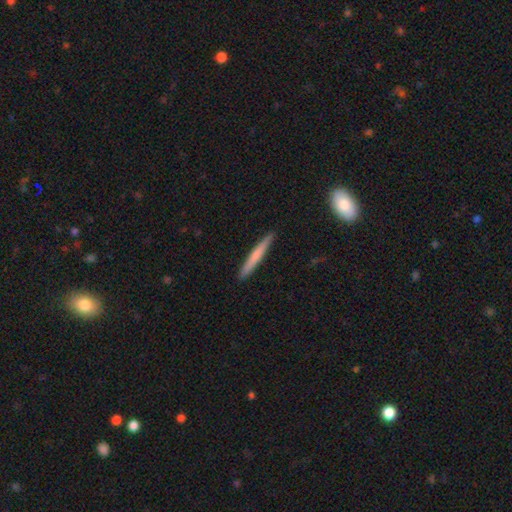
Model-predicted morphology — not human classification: Smooth or featured? smooth (63%)
How rounded? cigar-shaped (96%)
Merging? none (92%)